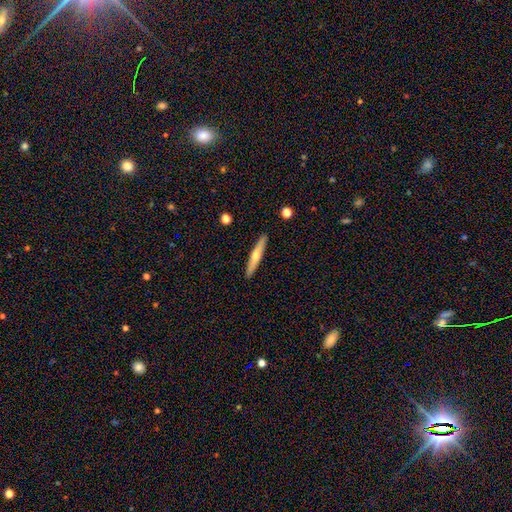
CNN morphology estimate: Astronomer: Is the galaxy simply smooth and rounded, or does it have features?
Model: featured or disk — 54% (runner-up: smooth, 40%).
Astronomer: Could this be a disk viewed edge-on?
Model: yes — 96%.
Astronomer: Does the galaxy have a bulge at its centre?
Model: rounded — 85%.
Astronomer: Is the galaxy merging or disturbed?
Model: none — 92%.